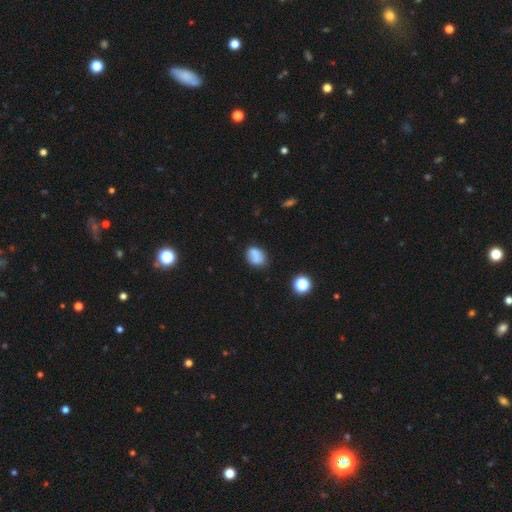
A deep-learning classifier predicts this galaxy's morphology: smooth 76%, featured or disk 13%, star or artifact 11%. Down the decision tree: how rounded — in between (62%); merging — none (64%).